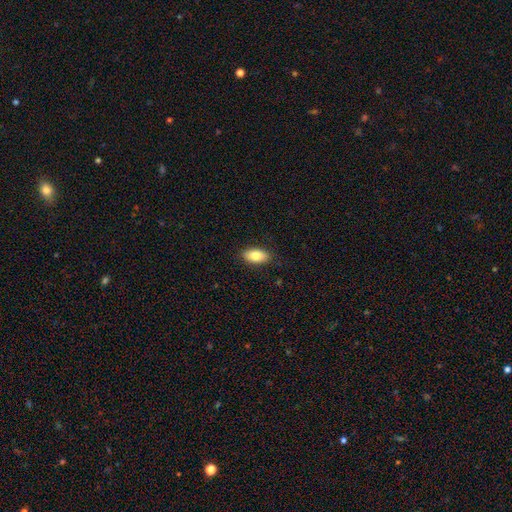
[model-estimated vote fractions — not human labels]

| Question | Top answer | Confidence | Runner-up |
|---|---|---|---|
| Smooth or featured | smooth | 83% | featured or disk (10%) |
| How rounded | in between | 91% | cigar-shaped (5%) |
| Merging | none | 87% | minor disturbance (10%) |